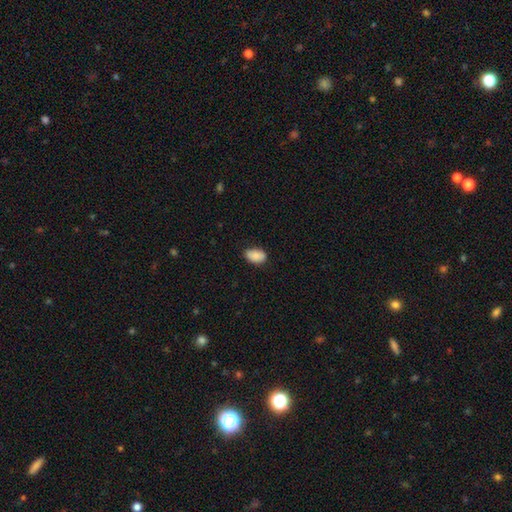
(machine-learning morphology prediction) Q: Smooth or featured?
A: smooth (88%); runner-up: star or artifact (7%)
Q: How rounded?
A: in between (90%); runner-up: round (8%)
Q: Merging?
A: none (82%); runner-up: minor disturbance (15%)